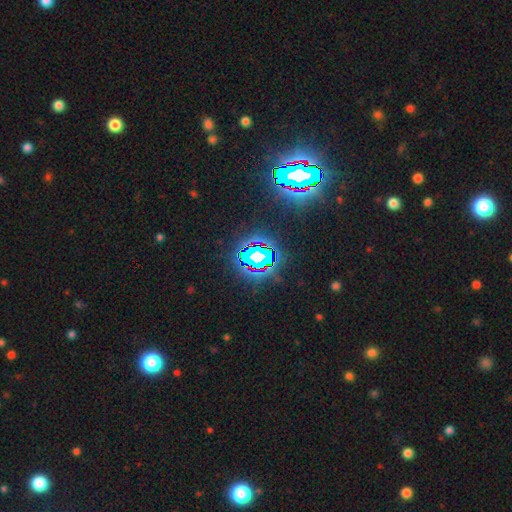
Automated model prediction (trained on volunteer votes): A star or artifact, not a galaxy (79%).